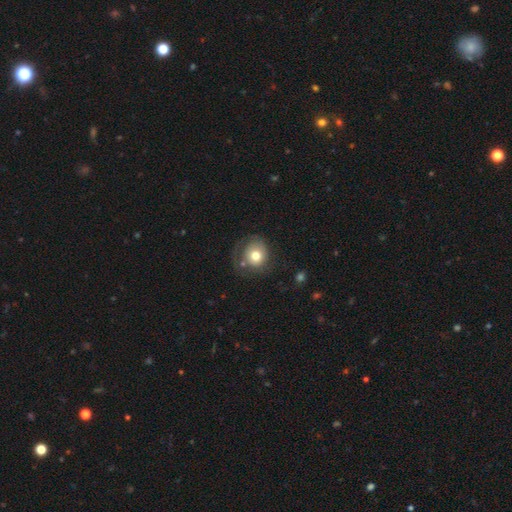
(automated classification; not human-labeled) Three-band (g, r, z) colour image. It shows a smooth galaxy with no disk features (69%) that is round (83%). Merging: none (54%).